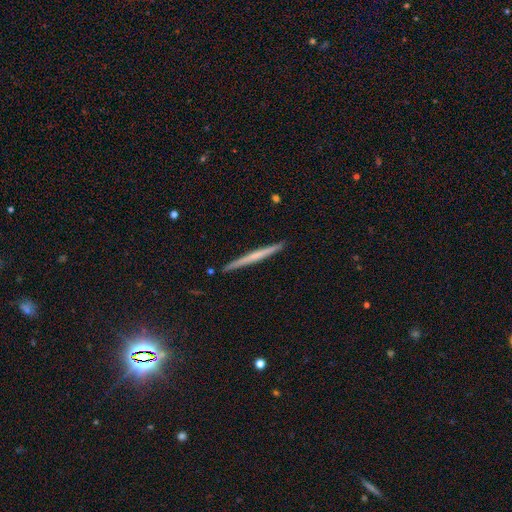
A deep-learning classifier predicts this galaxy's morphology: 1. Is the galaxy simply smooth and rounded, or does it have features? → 54% featured or disk, 40% smooth, 6% star or artifact.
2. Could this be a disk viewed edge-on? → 98% yes, 2% no.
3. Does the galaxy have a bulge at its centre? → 74% none, 19% rounded, 6% boxy.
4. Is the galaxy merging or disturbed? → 92% none, 6% minor disturbance, 1% merger, 1% major disturbance.